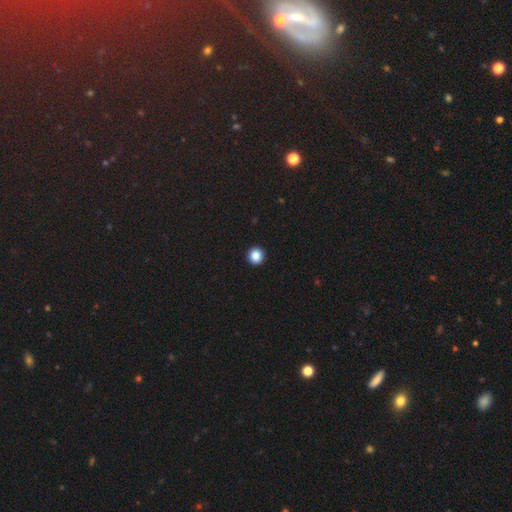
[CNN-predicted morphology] Q: Smooth or featured?
A: smooth (87%); runner-up: star or artifact (10%)
Q: How rounded?
A: round (93%); runner-up: in between (6%)
Q: Merging?
A: none (94%); runner-up: minor disturbance (4%)